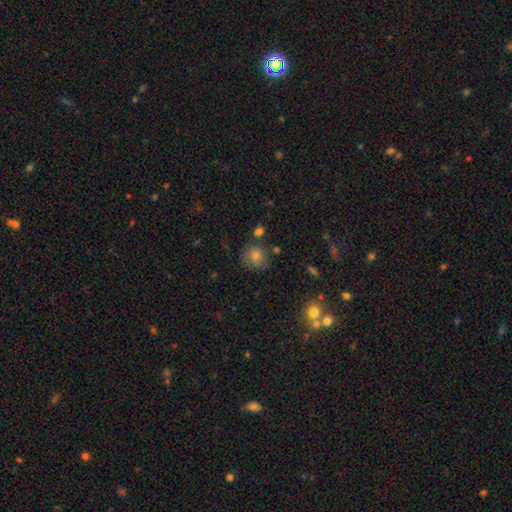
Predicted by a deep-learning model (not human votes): smooth-or-featured: smooth: 66% | star or artifact: 19% | featured or disk: 15%
  how-rounded: round: 83% | in between: 16% | cigar-shaped: 1%
  merging: none: 72% | minor disturbance: 17% | merger: 6% | major disturbance: 5%